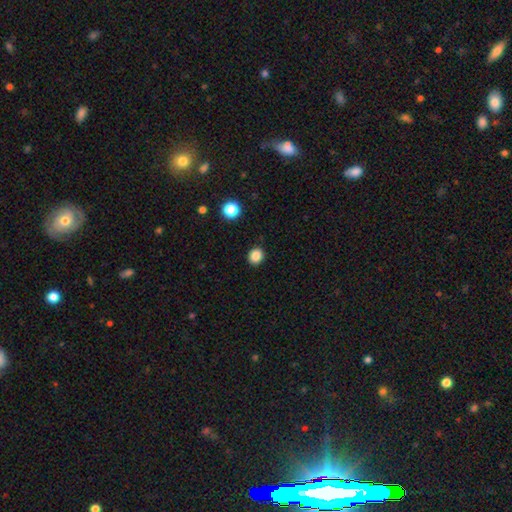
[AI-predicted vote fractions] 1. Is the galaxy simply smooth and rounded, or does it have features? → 85% smooth, 11% star or artifact, 4% featured or disk.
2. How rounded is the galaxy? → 80% round, 19% in between, 1% cigar-shaped.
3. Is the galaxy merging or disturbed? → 91% none, 6% minor disturbance, 2% major disturbance, 1% merger.